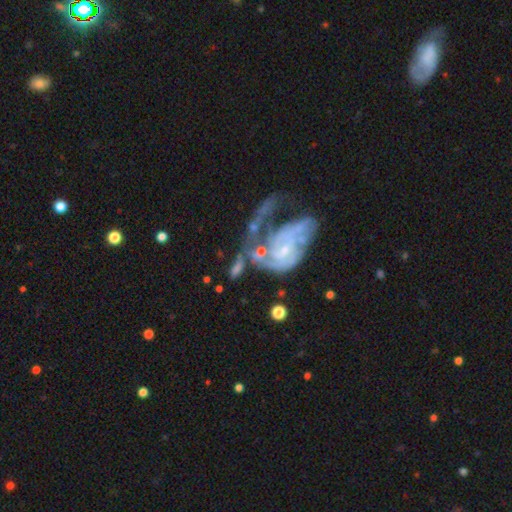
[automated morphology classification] This is clearly a featured or disk galaxy (81%). It is clearly not viewed edge-on (97%). Bar: possibly no (56%). Spiral arm pattern: clearly yes (84%). Spiral arm count: marginally 2 (35%). Spiral winding: marginally tight (45%). Central bulge: likely small (66%). Merging: marginally major disturbance (43%).